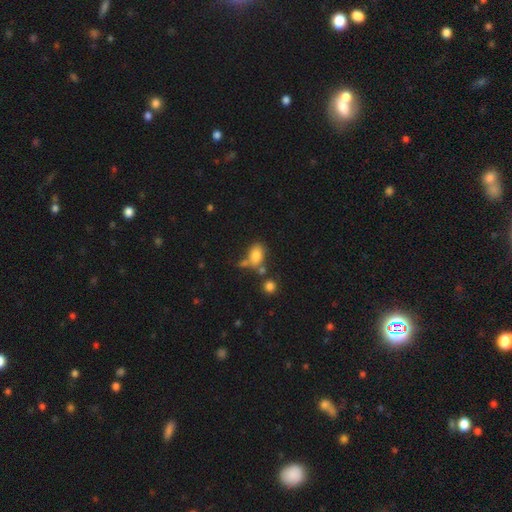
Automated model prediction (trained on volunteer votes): The model was most divided on "merging": none: 47%, merger: 24%, minor disturbance: 19%, major disturbance: 9%. More confident: smooth or featured — smooth (80%); how rounded — in between (79%).